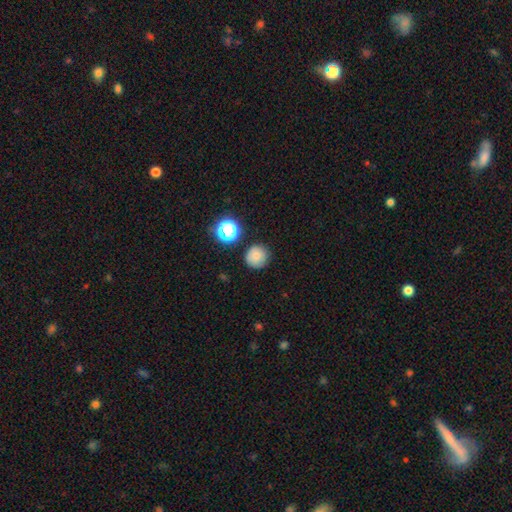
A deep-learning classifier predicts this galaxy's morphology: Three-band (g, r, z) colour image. It shows a smooth galaxy with no disk features (78%) that is round (94%). Merging: none (84%).